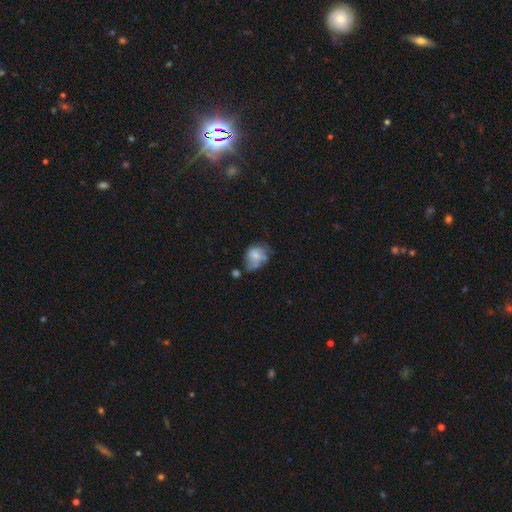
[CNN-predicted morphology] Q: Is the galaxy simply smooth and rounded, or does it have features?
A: smooth — 57%.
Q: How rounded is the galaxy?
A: in between — 56%.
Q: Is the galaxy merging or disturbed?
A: none — 31%, tied with minor disturbance.